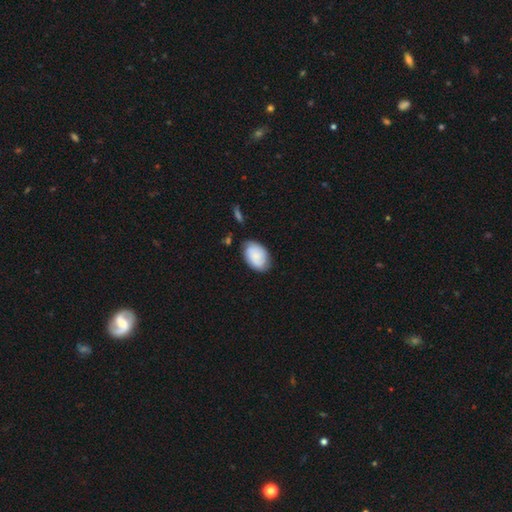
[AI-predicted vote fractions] A smooth galaxy with no disk features (62%) that is in between round and cigar-shaped (88%). Merging: none (70%).